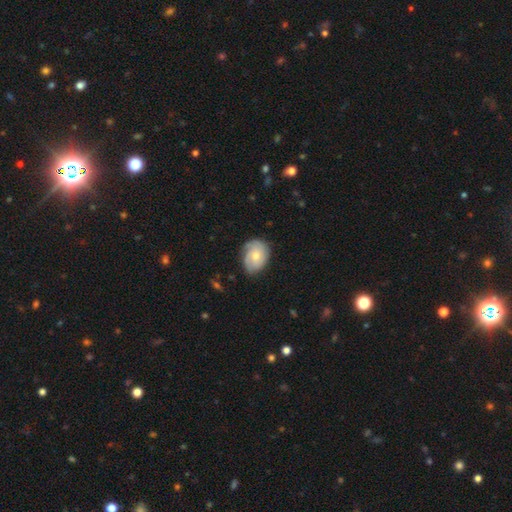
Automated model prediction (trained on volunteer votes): featured or disk 56%, smooth 38%, star or artifact 6%. Down the decision tree: edge-on disk — no (97%); bar — no (76%); spiral arms — yes (86%); bulge size — moderate (53%); merging — none (68%).